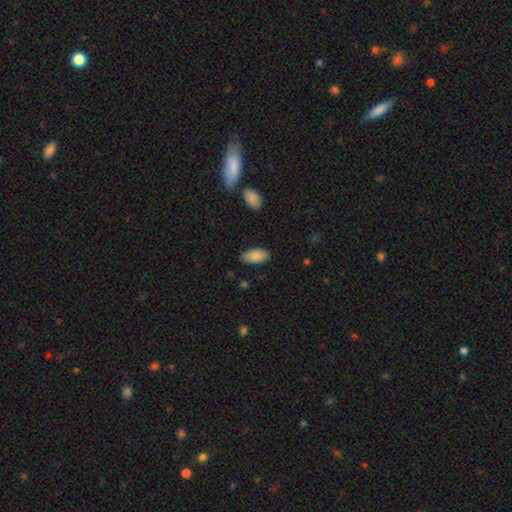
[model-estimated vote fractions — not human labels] smooth 87%, star or artifact 6%, featured or disk 6%. Down the decision tree: how rounded — in between (94%); merging — none (84%).